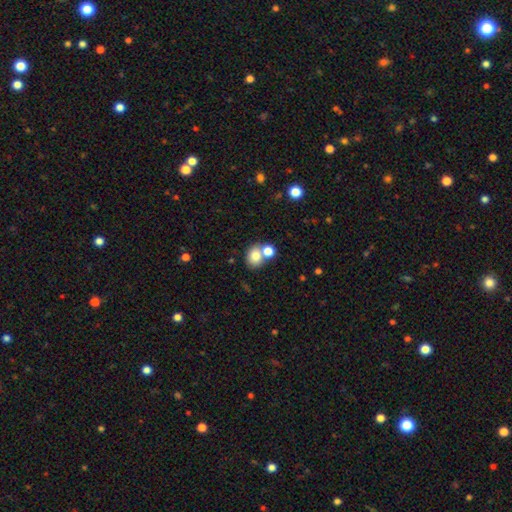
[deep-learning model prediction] Q: Smooth or featured?
A: smooth (78%); runner-up: featured or disk (11%)
Q: How rounded?
A: round (58%); runner-up: in between (41%)
Q: Merging?
A: none (49%); runner-up: merger (38%)